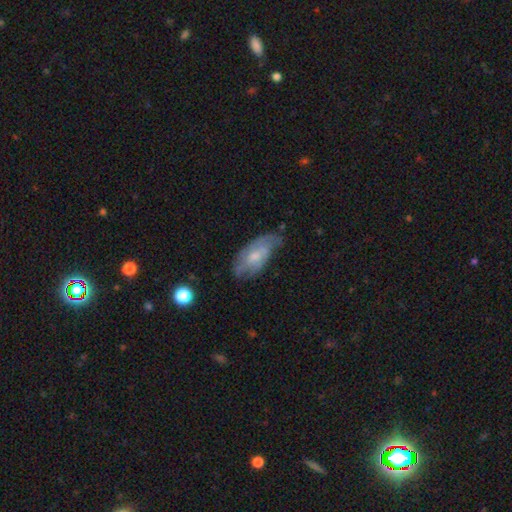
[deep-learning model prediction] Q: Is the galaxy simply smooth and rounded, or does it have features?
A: featured or disk — 56%.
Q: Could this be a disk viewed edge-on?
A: no — 90%.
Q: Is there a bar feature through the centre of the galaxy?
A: no — 62%.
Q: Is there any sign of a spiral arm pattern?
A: yes — 76%.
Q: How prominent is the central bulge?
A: small — 49%.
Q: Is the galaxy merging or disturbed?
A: none — 53%.